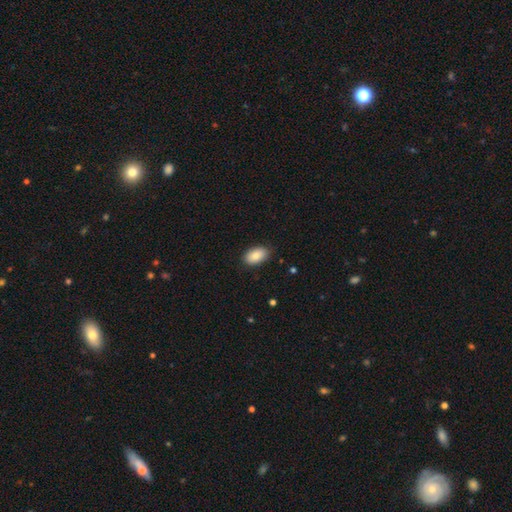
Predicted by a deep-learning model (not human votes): Smooth or featured?
  - smooth: 85% *
  - featured or disk: 8%
  - star or artifact: 7%
How rounded?
  - in between: 93% *
  - round: 5%
  - cigar-shaped: 2%
Merging?
  - none: 85% *
  - minor disturbance: 12%
  - major disturbance: 2%
  - merger: 1%